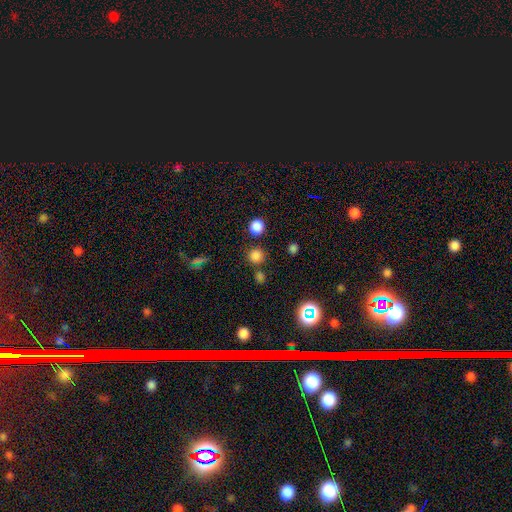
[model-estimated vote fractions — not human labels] smooth_or_featured: smooth (p=0.79) [alt: star or artifact p=0.17]
how_rounded: round (p=0.92) [alt: in between p=0.07]
merging: none (p=0.79) [alt: merger p=0.10]